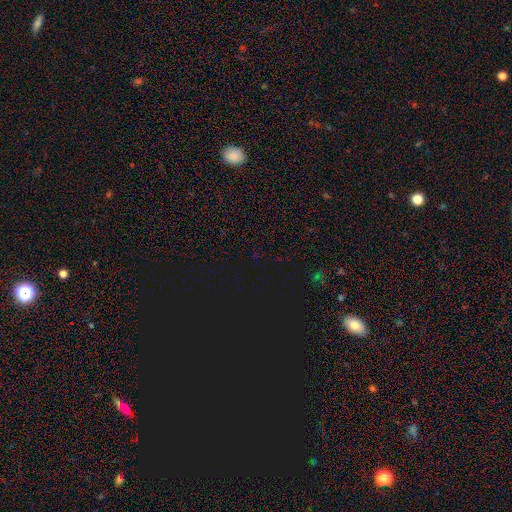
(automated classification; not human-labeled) The model was most divided on "smooth or featured": star or artifact: 78%, smooth: 16%, featured or disk: 6%.